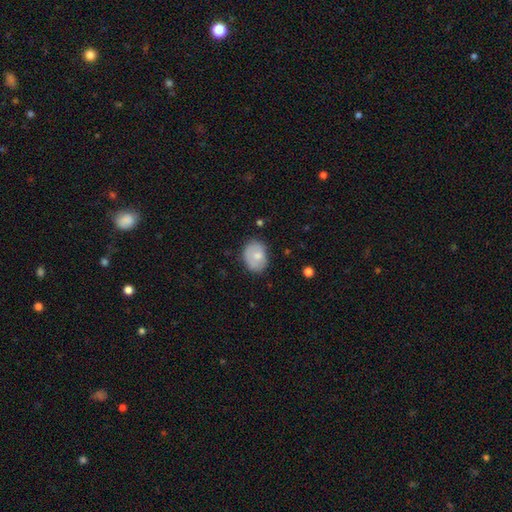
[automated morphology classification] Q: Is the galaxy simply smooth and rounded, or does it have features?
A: smooth — 70%.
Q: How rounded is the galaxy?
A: in between — 67%.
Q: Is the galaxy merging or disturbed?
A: none — 71%.